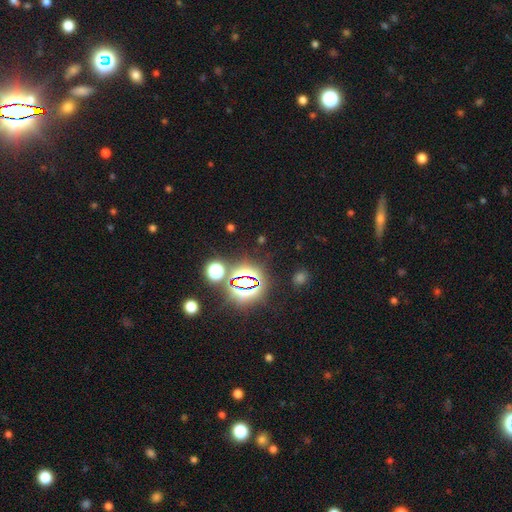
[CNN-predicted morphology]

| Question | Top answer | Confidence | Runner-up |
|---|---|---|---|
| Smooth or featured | star or artifact | 80% | smooth (13%) |